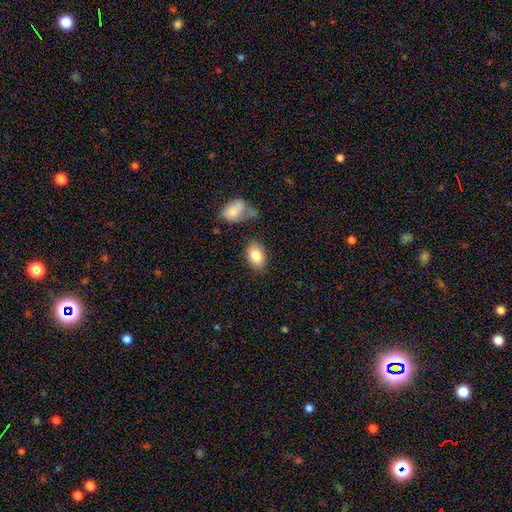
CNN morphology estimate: smooth 84%, featured or disk 9%, star or artifact 7%. Down the decision tree: how rounded — in between (88%); merging — none (76%).